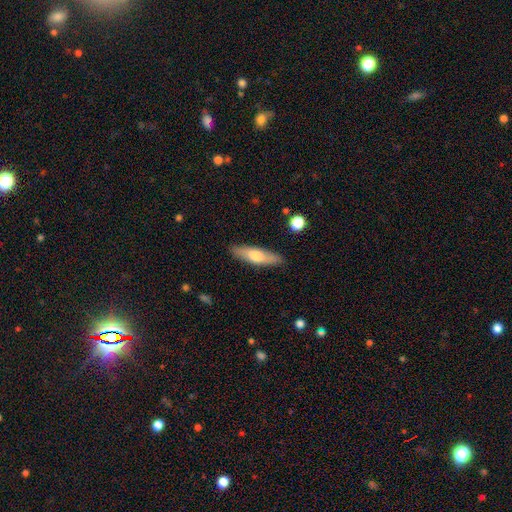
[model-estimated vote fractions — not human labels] Q: Smooth or featured?
A: smooth (60%); runner-up: featured or disk (34%)
Q: How rounded?
A: cigar-shaped (66%); runner-up: in between (32%)
Q: Merging?
A: none (87%); runner-up: minor disturbance (10%)